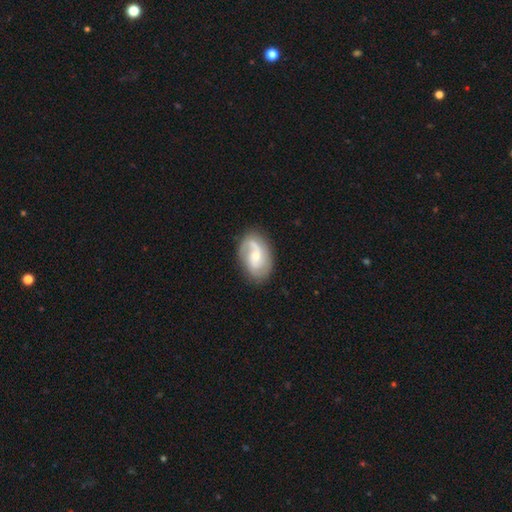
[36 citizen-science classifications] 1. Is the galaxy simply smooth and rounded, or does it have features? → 67% featured or disk, 33% smooth, 0% star or artifact.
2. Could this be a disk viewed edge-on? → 100% no, 0% yes.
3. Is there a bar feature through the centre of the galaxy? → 50% weak (tied), 50% no (tied), 0% strong.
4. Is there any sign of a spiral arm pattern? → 96% yes, 4% no.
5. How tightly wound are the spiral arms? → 52% medium, 35% loose, 13% tight.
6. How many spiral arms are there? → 70% 2, 17% can't tell, 13% 1, 0% 3, 0% 4, 0% more than 4.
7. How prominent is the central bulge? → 50% moderate (tied), 50% small (tied), 0% dominant, 0% large, 0% none.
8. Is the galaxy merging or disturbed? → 69% none, 22% minor disturbance, 8% major disturbance, 0% merger.